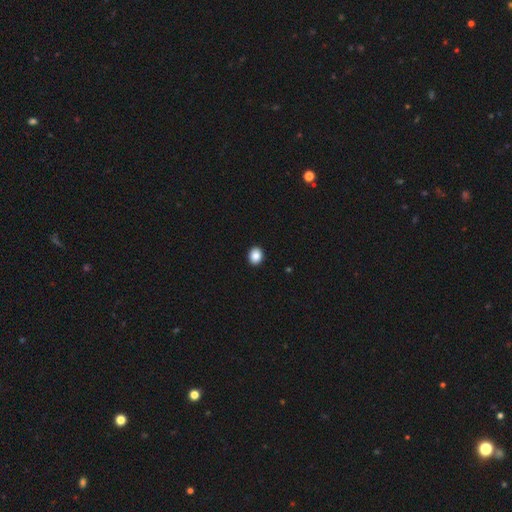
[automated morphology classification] smooth 88%, star or artifact 9%, featured or disk 3%. Down the decision tree: how rounded — round (52%); merging — none (92%).